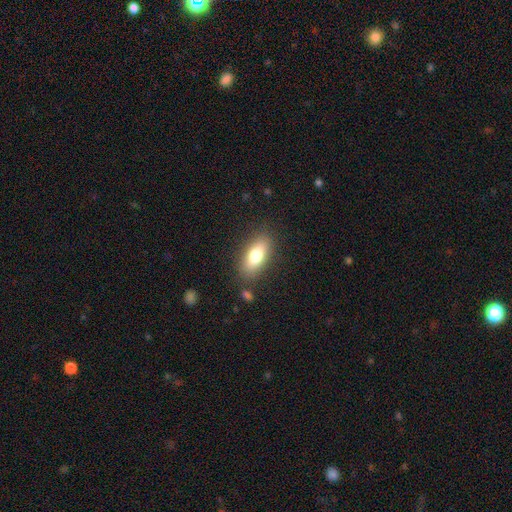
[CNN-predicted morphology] Overall: smooth (77%). How rounded: in between (80%). Merging: none (83%).